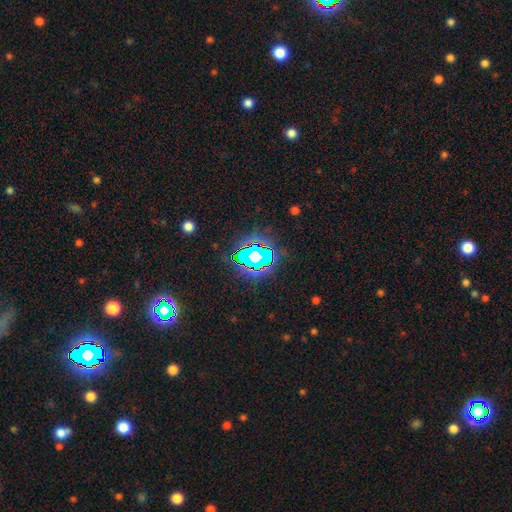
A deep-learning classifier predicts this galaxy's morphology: Smooth or featured: star or artifact — 75% (smooth — 14%)